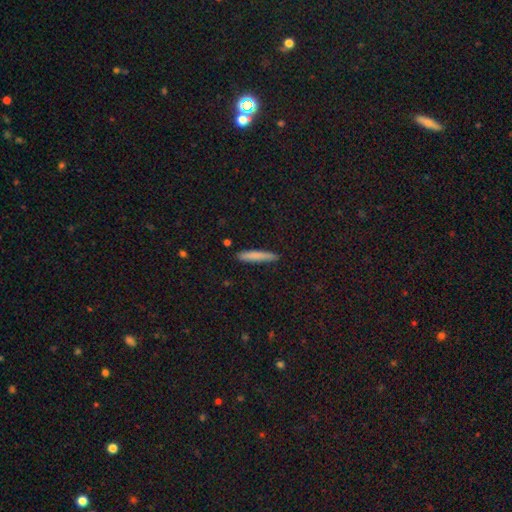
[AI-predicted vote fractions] A smooth galaxy with no disk features (79%) that is cigar-shaped (93%).

Vote fractions:
- Smooth or featured? smooth: 79% / featured or disk: 14% / star or artifact: 6%
- How rounded? cigar-shaped: 93% / in between: 5% / round: 1%
- Merging? none: 87% / minor disturbance: 9% / major disturbance: 2% / merger: 2%